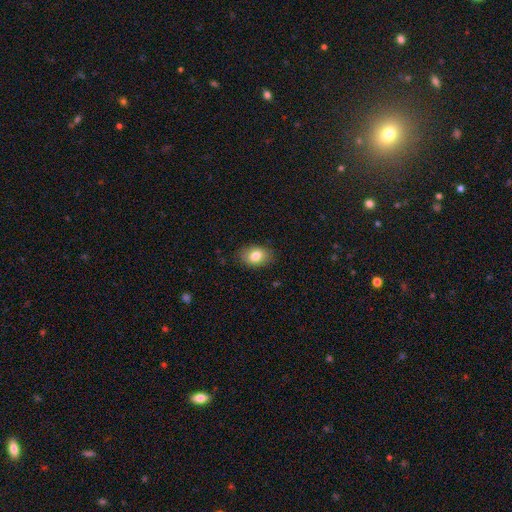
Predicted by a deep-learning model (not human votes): The model was most divided on "how rounded": in between: 82%, round: 17%, cigar-shaped: 1%. More confident: merging — none (85%); smooth or featured — smooth (81%).